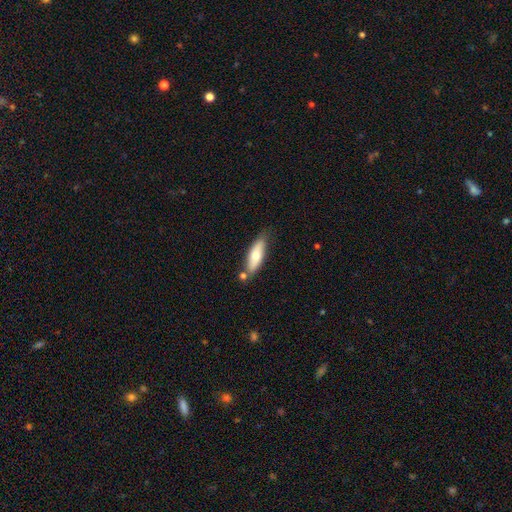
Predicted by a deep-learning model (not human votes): Morphology: type=smooth (69%); roundness=in between (55%); merging=none (69%).